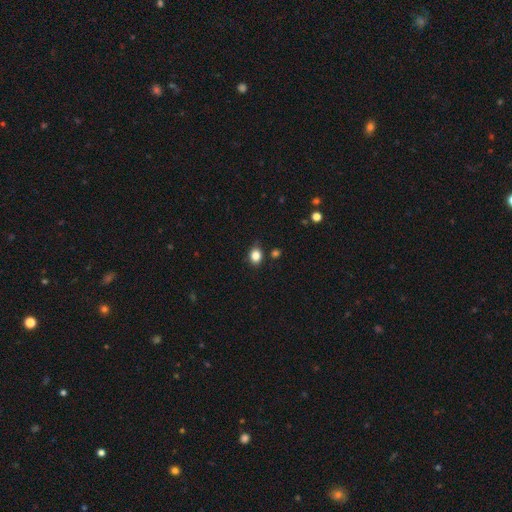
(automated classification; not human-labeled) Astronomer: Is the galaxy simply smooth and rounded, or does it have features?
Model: smooth — 84%.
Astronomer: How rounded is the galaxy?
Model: round — 52% (runner-up: in between, 47%).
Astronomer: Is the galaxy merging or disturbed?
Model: none — 79%.